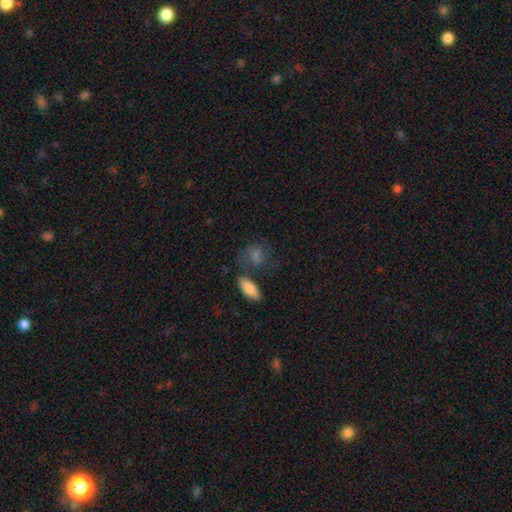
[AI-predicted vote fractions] smooth 59%, featured or disk 24%, star or artifact 17%. Down the decision tree: how rounded — in between (63%); merging — none (54%).